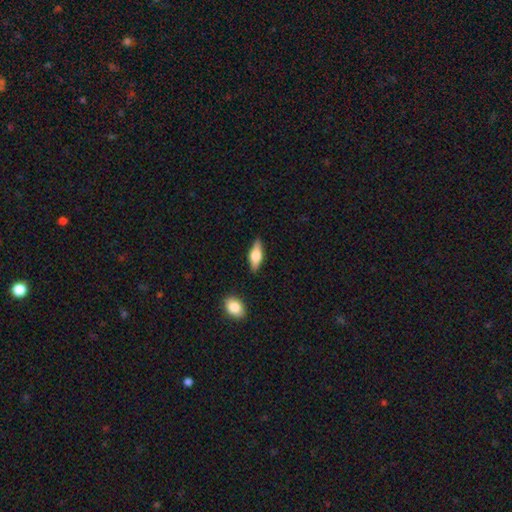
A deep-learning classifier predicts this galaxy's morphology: Smooth or featured?
  - smooth: 47% *
  - featured or disk: 46%
  - star or artifact: 7%
Merging?
  - none: 85% *
  - minor disturbance: 10%
  - major disturbance: 2%
  - merger: 2%